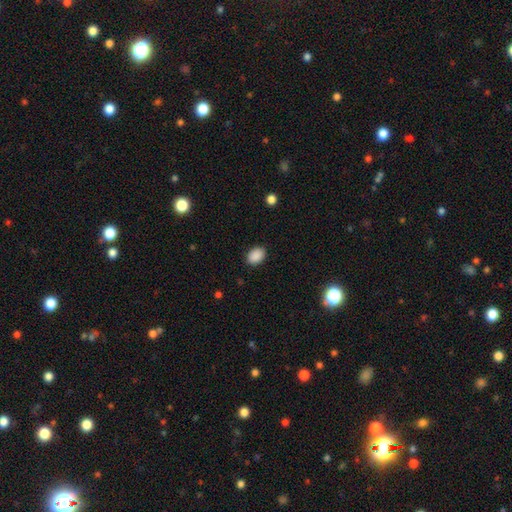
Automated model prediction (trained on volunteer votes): smooth_or_featured: smooth (p=0.90) [alt: star or artifact p=0.08]
how_rounded: in between (p=0.77) [alt: round p=0.22]
merging: none (p=0.88) [alt: minor disturbance p=0.08]